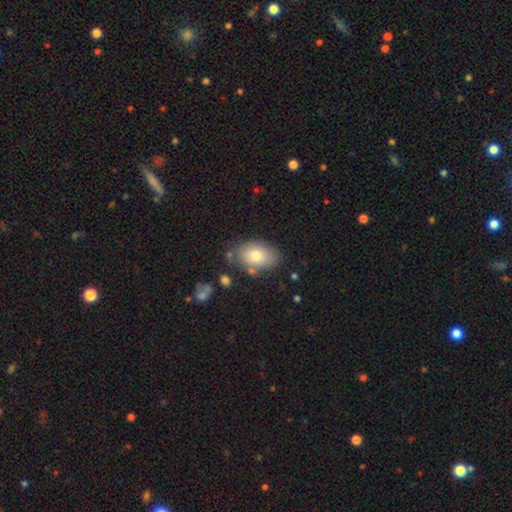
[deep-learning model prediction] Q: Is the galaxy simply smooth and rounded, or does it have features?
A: smooth — 77%.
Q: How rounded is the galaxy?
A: in between — 88%.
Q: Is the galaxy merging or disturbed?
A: none — 74%.